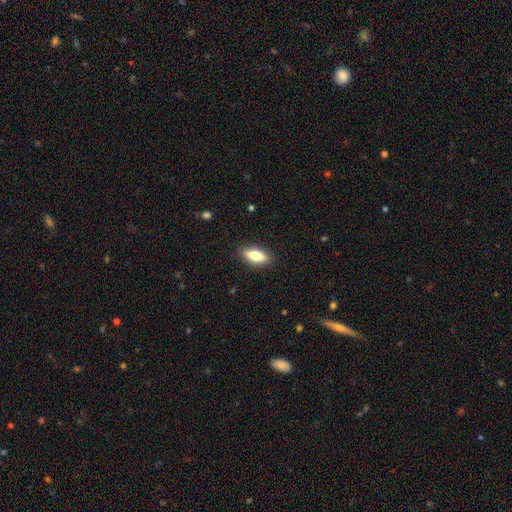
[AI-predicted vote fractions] A smooth galaxy with no disk features (77%) that is in between round and cigar-shaped (72%).

Vote fractions:
- Smooth or featured? smooth: 77% / featured or disk: 16% / star or artifact: 7%
- How rounded? in between: 72% / cigar-shaped: 26% / round: 3%
- Merging? none: 87% / minor disturbance: 10% / major disturbance: 2% / merger: 1%